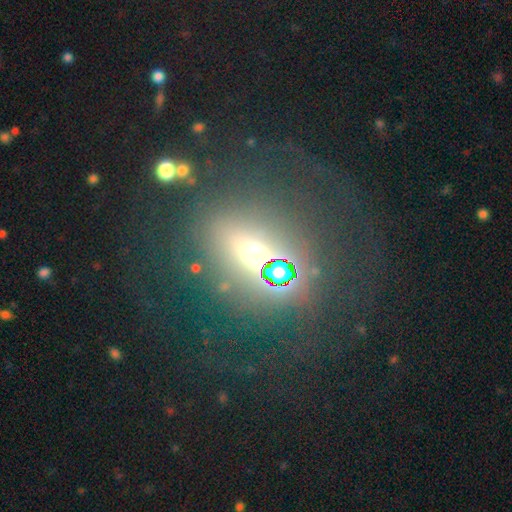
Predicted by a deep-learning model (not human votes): This appears to be a star or artifact, not a galaxy (43%).